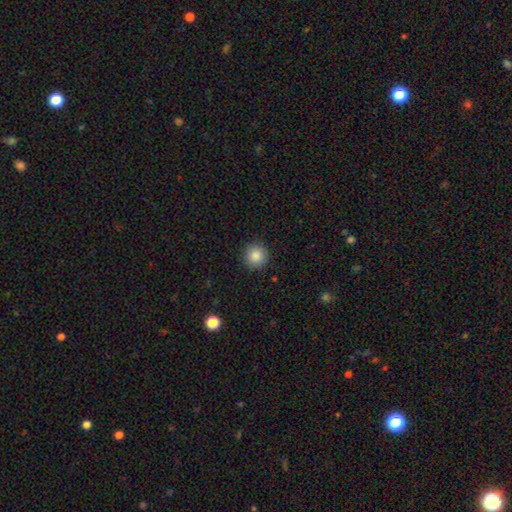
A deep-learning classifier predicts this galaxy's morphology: type=smooth (87%); roundness=round (95%); merging=none (91%).